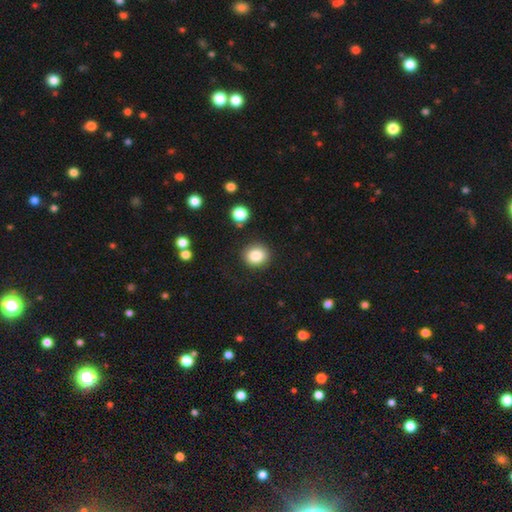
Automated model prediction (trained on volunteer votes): Smooth or featured?
  - smooth: 85% *
  - star or artifact: 10%
  - featured or disk: 5%
How rounded?
  - round: 80% *
  - in between: 19%
  - cigar-shaped: 1%
Merging?
  - none: 86% *
  - minor disturbance: 9%
  - major disturbance: 3%
  - merger: 3%